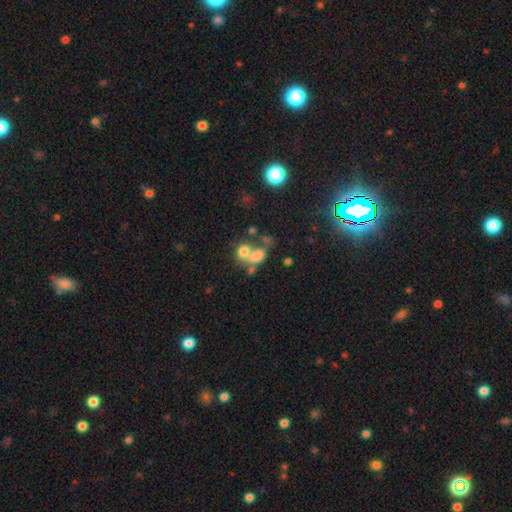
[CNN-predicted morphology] Smooth or featured? smooth (67%)
How rounded? in between (64%)
Merging? merger (61%)